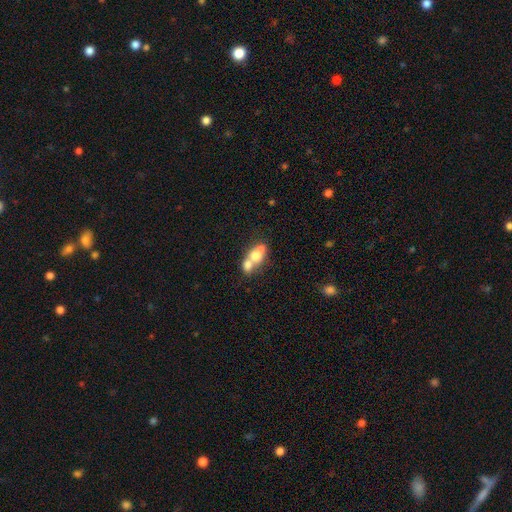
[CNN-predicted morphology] This appears to be a smooth galaxy with no disk features (60%) that is in between round and cigar-shaped (50%). Merging: merger (66%).